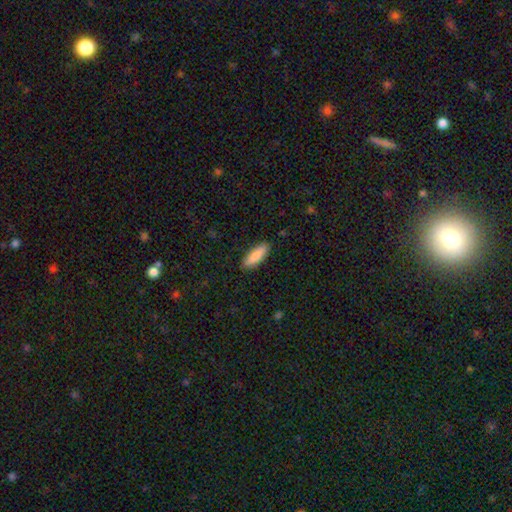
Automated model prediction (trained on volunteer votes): The model was most divided on "how rounded": in between: 52%, cigar-shaped: 46%, round: 2%. More confident: merging — none (89%); smooth or featured — smooth (83%).